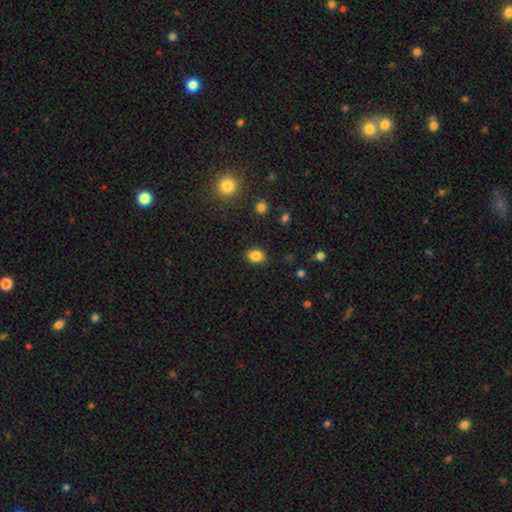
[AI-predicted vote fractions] Smooth or featured?
  - smooth: 85% *
  - star or artifact: 10%
  - featured or disk: 5%
How rounded?
  - in between: 65% *
  - round: 34%
  - cigar-shaped: 1%
Merging?
  - none: 88% *
  - minor disturbance: 8%
  - major disturbance: 2%
  - merger: 1%